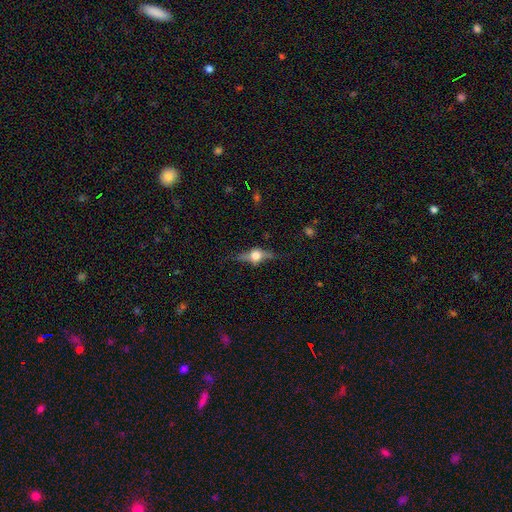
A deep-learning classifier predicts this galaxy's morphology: smooth_or_featured: featured or disk (p=0.69) [alt: smooth p=0.22]
disk_edge_on: yes (p=0.94) [alt: no p=0.06]
edge_on_bulge: rounded (p=0.95) [alt: boxy p=0.04]
merging: none (p=0.77) [alt: minor disturbance p=0.15]